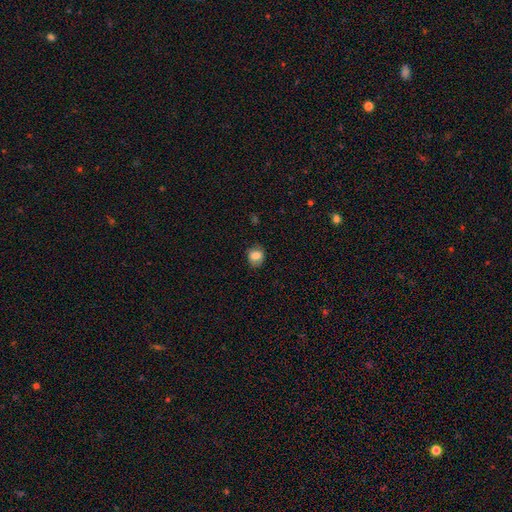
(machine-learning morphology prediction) smooth-or-featured: smooth: 80% | featured or disk: 10% | star or artifact: 10%
  how-rounded: round: 64% | in between: 35% | cigar-shaped: 1%
  merging: none: 75% | minor disturbance: 20% | major disturbance: 5% | merger: 1%